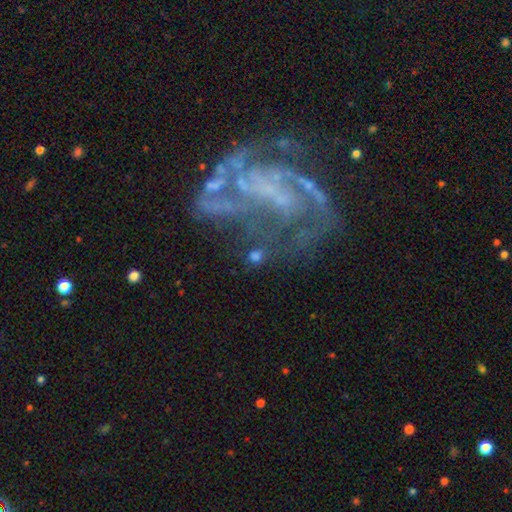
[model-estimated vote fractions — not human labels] A featured or disk galaxy (46%). Merging: none (68%).